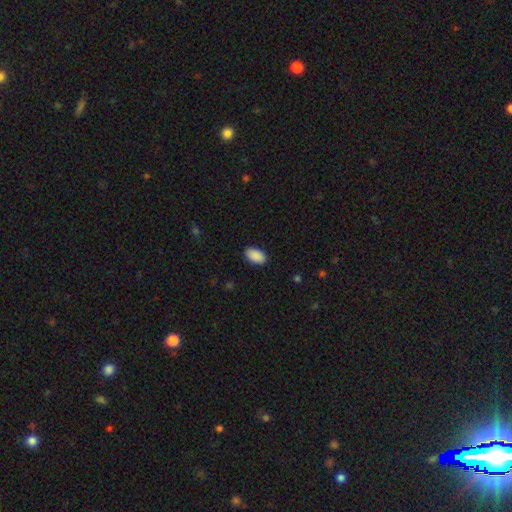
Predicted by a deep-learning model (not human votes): smooth 91%, star or artifact 7%, featured or disk 3%. Down the decision tree: how rounded — in between (95%); merging — none (89%).